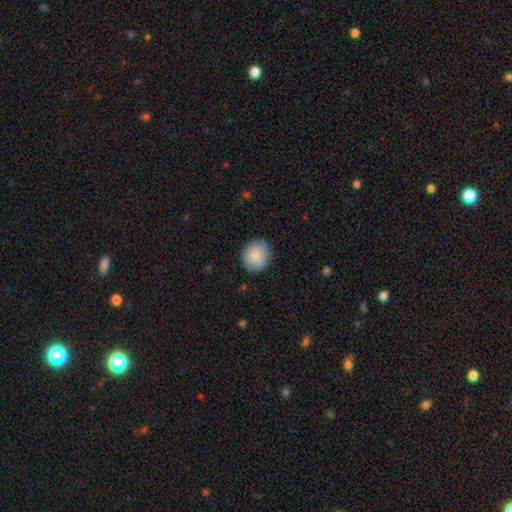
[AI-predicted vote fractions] This is clearly a smooth galaxy (83%). How rounded: clearly round (82%). Merging: clearly none (83%).